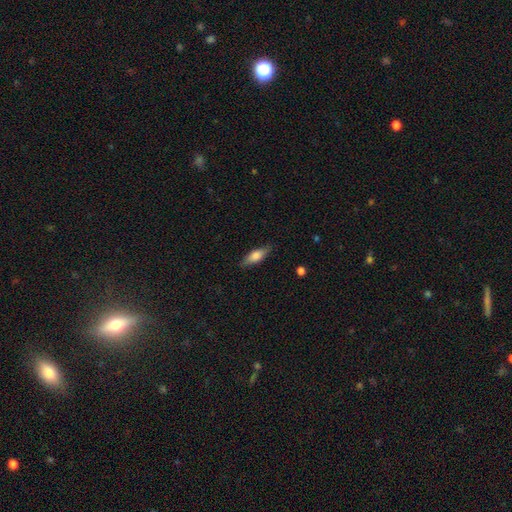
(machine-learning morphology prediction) type=smooth (64%); roundness=in between (56%); merging=none (84%).